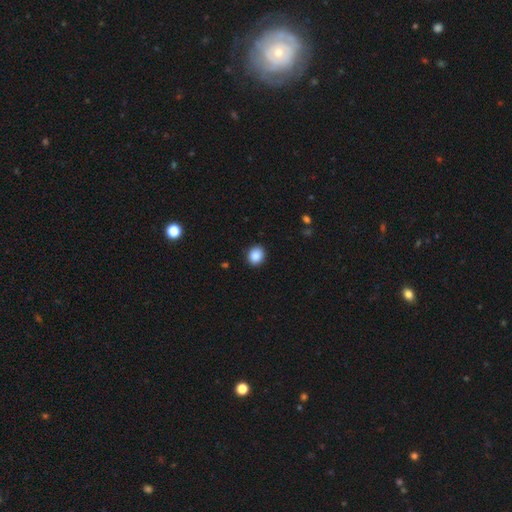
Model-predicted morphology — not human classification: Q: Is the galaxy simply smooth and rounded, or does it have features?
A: smooth — 87%.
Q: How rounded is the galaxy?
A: round — 71%.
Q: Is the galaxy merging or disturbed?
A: none — 91%.